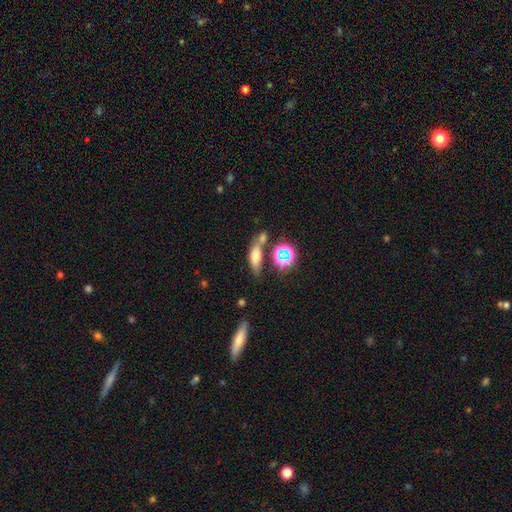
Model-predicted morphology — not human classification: The model was most divided on "merging": none: 48%, merger: 29%, minor disturbance: 15%, major disturbance: 8%. More confident: smooth or featured — smooth (64%); how rounded — in between (60%).